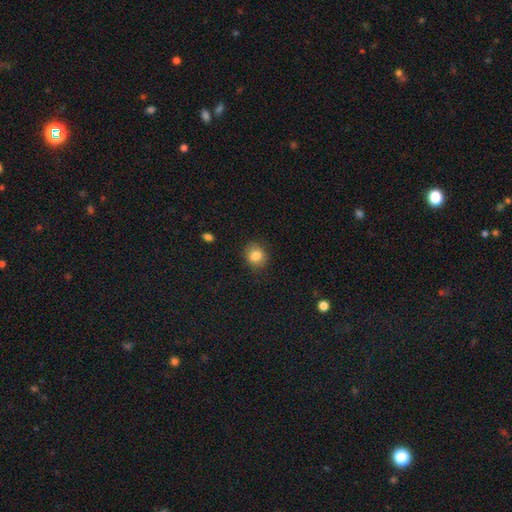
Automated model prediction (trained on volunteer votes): A smooth galaxy with no disk features (83%) that is round (75%). Merging: none (85%).